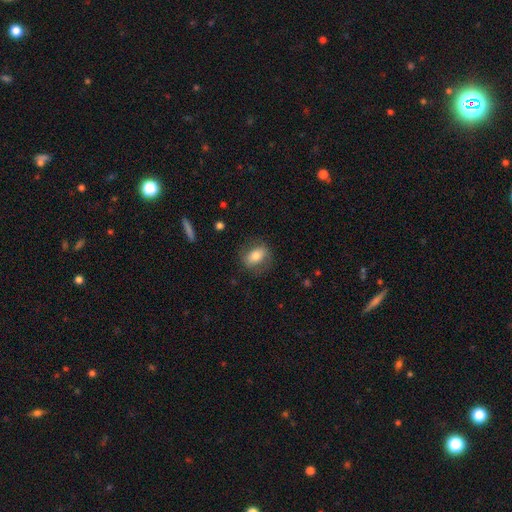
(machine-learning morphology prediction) Q: Smooth or featured?
A: smooth (67%); runner-up: featured or disk (26%)
Q: How rounded?
A: in between (76%); runner-up: round (20%)
Q: Merging?
A: none (76%); runner-up: minor disturbance (16%)